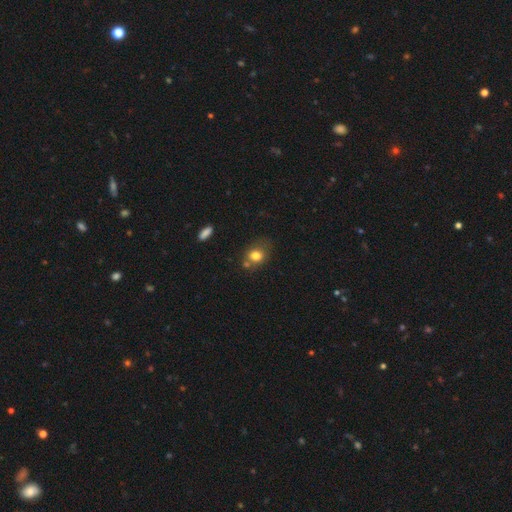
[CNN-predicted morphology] Q: Smooth or featured?
A: smooth (78%); runner-up: featured or disk (12%)
Q: How rounded?
A: round (52%); runner-up: in between (47%)
Q: Merging?
A: none (54%); runner-up: minor disturbance (21%)